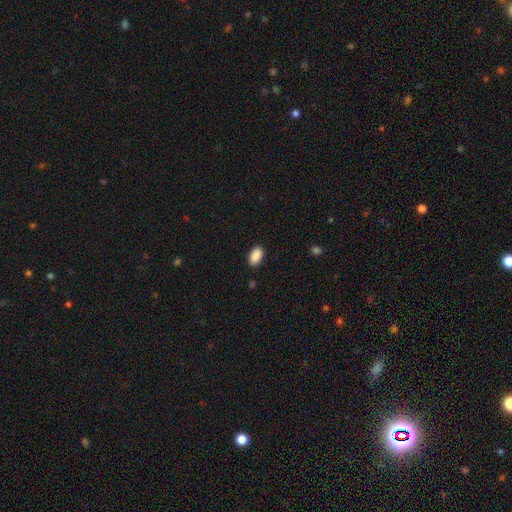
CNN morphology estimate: smooth-or-featured: smooth: 90% | star or artifact: 7% | featured or disk: 3%
  how-rounded: in between: 93% | round: 5% | cigar-shaped: 1%
  merging: none: 89% | minor disturbance: 8% | major disturbance: 2% | merger: 1%